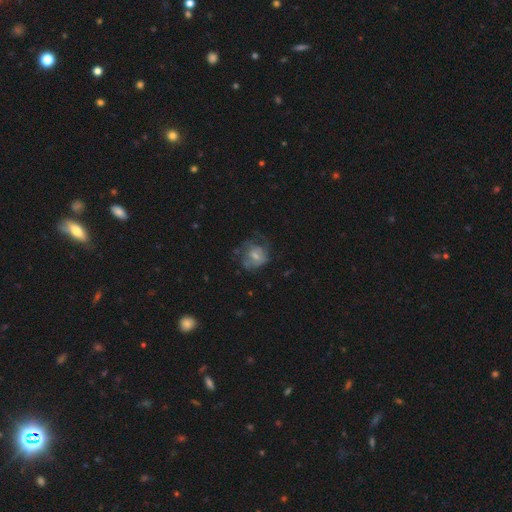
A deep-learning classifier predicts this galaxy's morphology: This appears to be a featured or disk galaxy (47%). Merging: none (43%).